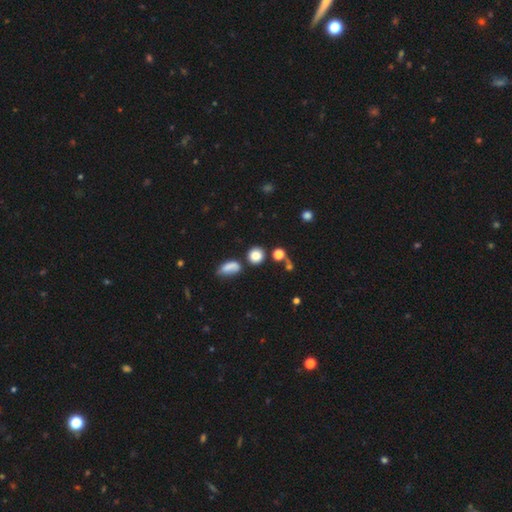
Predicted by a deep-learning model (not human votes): smooth-or-featured: smooth: 81% | star or artifact: 13% | featured or disk: 6%
  how-rounded: round: 86% | in between: 12% | cigar-shaped: 2%
  merging: none: 71% | merger: 13% | minor disturbance: 11% | major disturbance: 5%